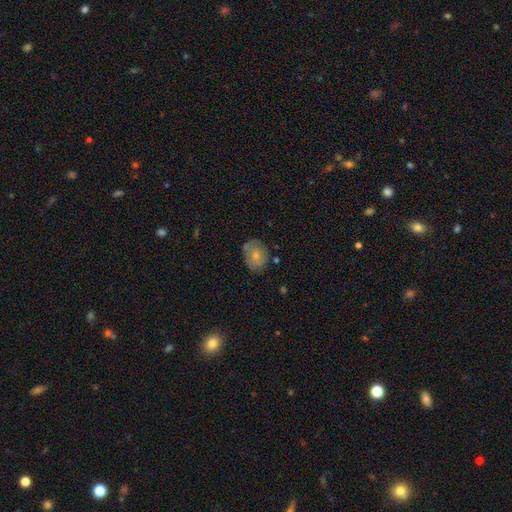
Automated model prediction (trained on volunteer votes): Smooth or featured: smooth — 70% (featured or disk — 23%)
How rounded: in between — 51% (round — 48%)
Merging: none — 66% (minor disturbance — 22%)